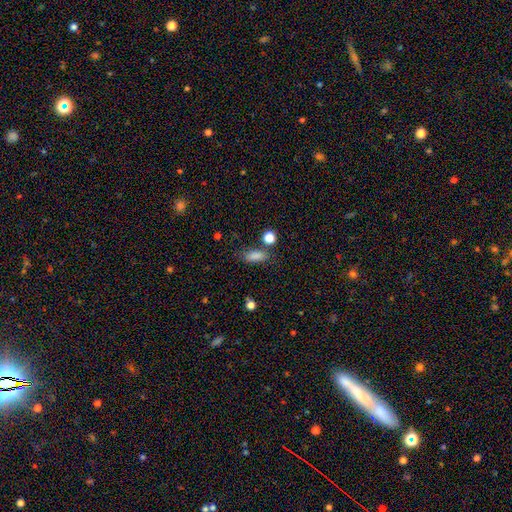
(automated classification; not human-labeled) A smooth galaxy with no disk features (84%) that is in between round and cigar-shaped (74%). Merging: none (69%).